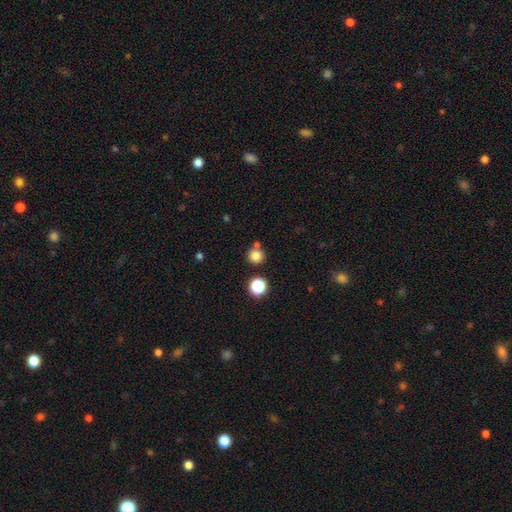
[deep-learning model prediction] A smooth galaxy with no disk features (80%) that is round (93%). Merging: none (71%).